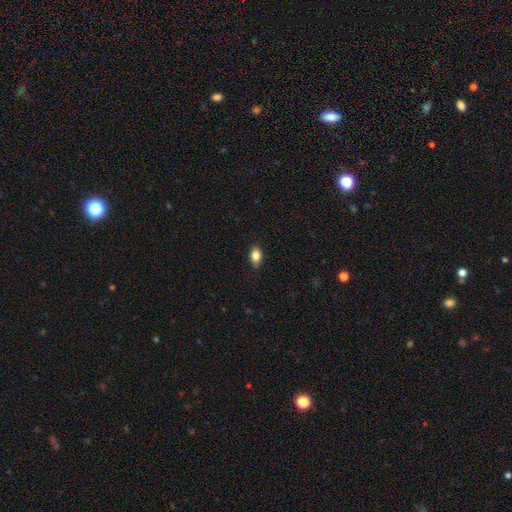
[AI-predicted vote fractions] smooth 84%, star or artifact 9%, featured or disk 7%. Down the decision tree: how rounded — in between (82%); merging — none (79%).